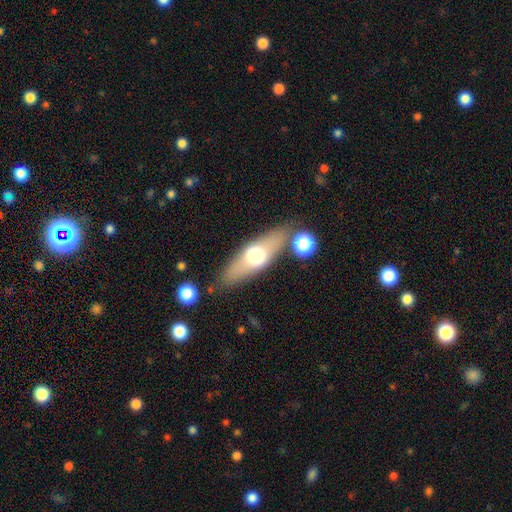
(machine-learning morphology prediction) A smooth galaxy with no disk features (56%) that is cigar-shaped (49%).

Vote fractions:
- Smooth or featured? smooth: 56% / featured or disk: 37% / star or artifact: 7%
- How rounded? cigar-shaped: 49% / in between: 46% / round: 4%
- Merging? none: 78% / minor disturbance: 11% / merger: 8% / major disturbance: 3%